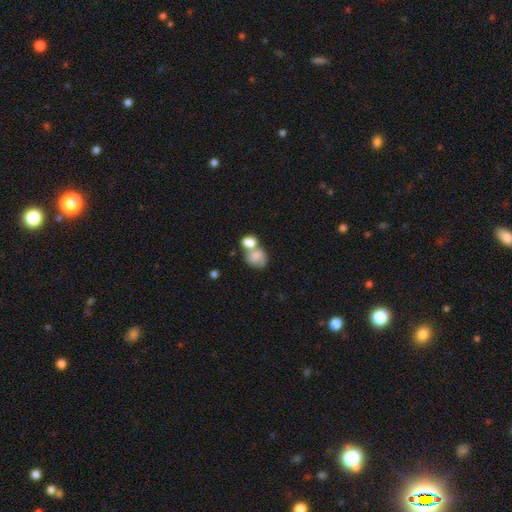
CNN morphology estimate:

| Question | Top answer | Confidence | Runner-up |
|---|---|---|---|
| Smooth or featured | smooth | 69% | featured or disk (22%) |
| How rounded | in between | 52% | round (47%) |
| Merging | merger | 64% | none (21%) |